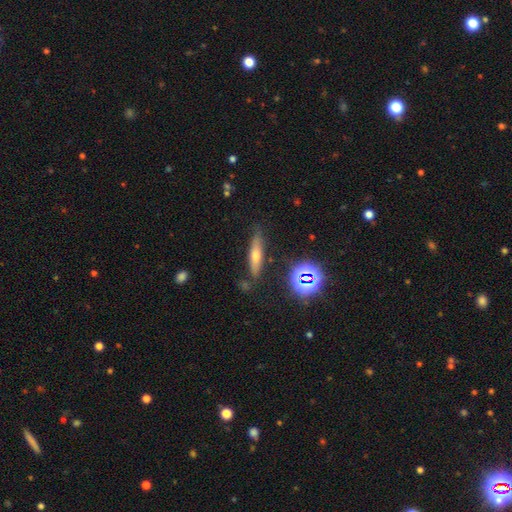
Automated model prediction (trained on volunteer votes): smooth-or-featured: smooth: 48% | featured or disk: 37% | star or artifact: 14%
  merging: none: 81% | minor disturbance: 12% | merger: 4% | major disturbance: 3%